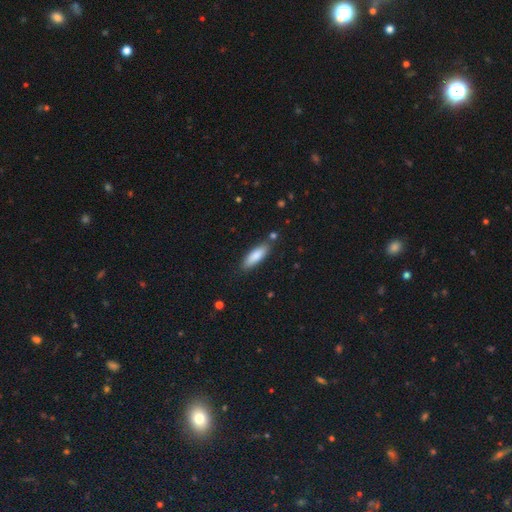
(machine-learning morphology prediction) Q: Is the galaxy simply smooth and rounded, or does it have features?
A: smooth — 84%.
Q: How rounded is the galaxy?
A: in between — 51%.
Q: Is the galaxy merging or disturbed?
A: none — 80%.